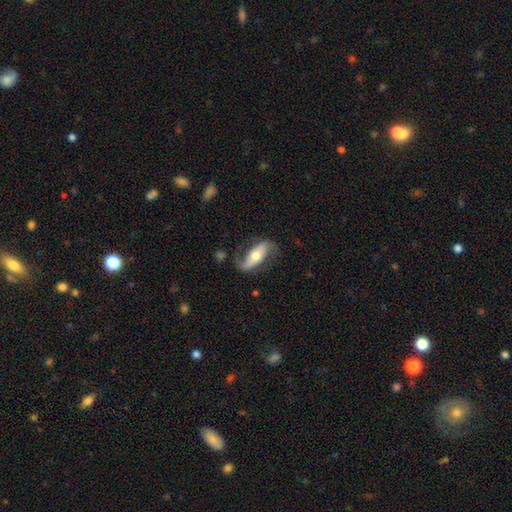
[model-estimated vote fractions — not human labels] Smooth or featured? featured or disk (70%)
Edge-on disk? no (82%)
Bar? strong (39%)
Spiral arms? yes (86%)
Bulge size? moderate (66%)
Merging? none (66%)